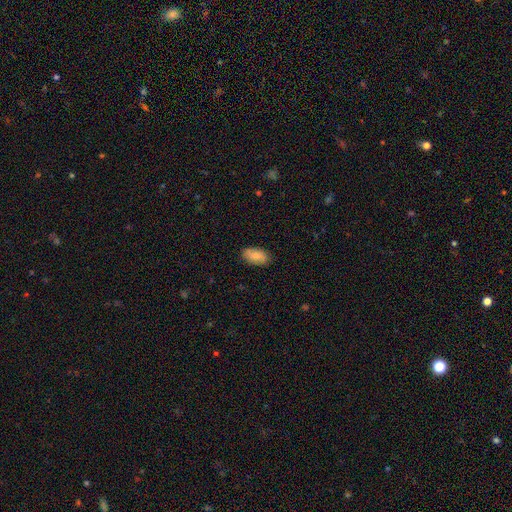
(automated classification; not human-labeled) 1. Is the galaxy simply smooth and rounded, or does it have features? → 87% smooth, 7% featured or disk, 6% star or artifact.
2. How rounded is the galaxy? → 93% in between, 4% cigar-shaped, 3% round.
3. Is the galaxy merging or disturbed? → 85% none, 12% minor disturbance, 2% major disturbance, 1% merger.